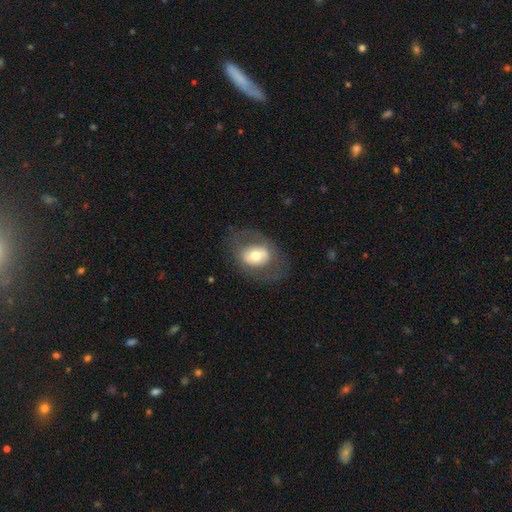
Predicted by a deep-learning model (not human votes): smooth_or_featured: smooth (p=0.51) [alt: featured or disk p=0.42]
how_rounded: in between (p=0.62) [alt: round p=0.37]
merging: none (p=0.71) [alt: minor disturbance p=0.15]